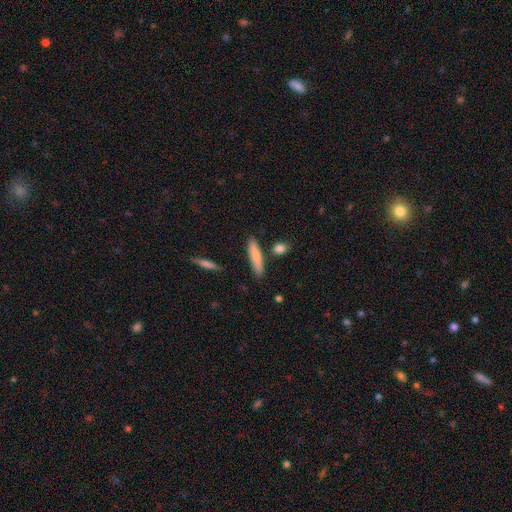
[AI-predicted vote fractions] The model was most divided on "smooth or featured": smooth: 77%, featured or disk: 17%, star or artifact: 6%. More confident: merging — none (82%); how rounded — cigar-shaped (80%).